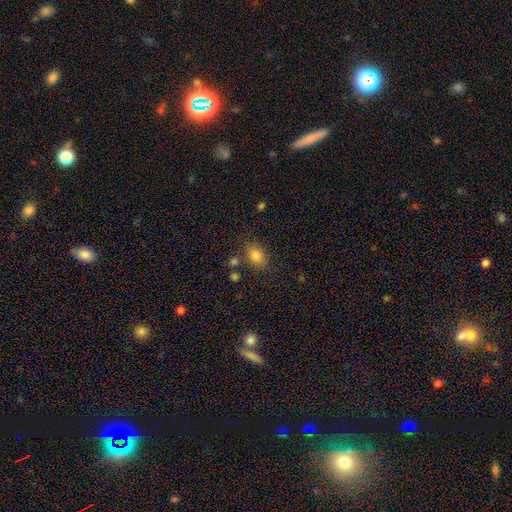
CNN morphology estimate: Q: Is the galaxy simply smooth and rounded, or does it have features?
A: smooth — 82%.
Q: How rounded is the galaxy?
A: in between — 65%.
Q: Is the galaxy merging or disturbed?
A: none — 76%.